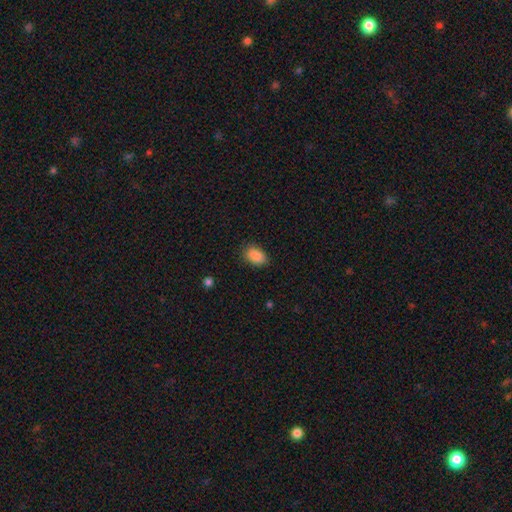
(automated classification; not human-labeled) This is clearly a smooth galaxy (88%). How rounded: clearly in between (87%). Merging: clearly none (81%).